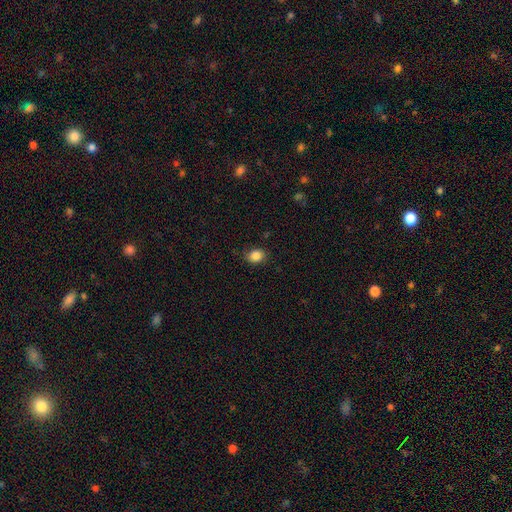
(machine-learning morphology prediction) smooth-or-featured: smooth: 86% | star or artifact: 10% | featured or disk: 4%
  how-rounded: in between: 53% | round: 46% | cigar-shaped: 1%
  merging: none: 83% | minor disturbance: 13% | major disturbance: 3% | merger: 1%